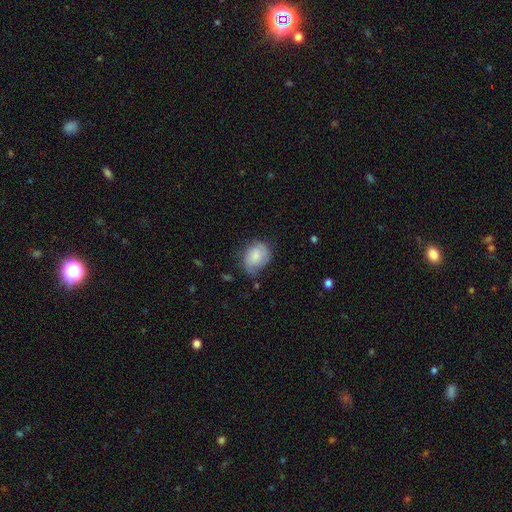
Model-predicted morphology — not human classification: smooth-or-featured: smooth: 74% | featured or disk: 19% | star or artifact: 7%
  how-rounded: in between: 64% | round: 35% | cigar-shaped: 1%
  merging: none: 52% | minor disturbance: 35% | major disturbance: 11% | merger: 2%